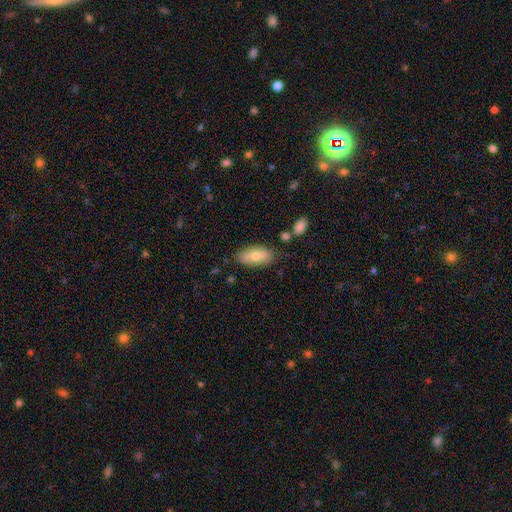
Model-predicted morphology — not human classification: Smooth or featured?
  - smooth: 72% *
  - featured or disk: 21%
  - star or artifact: 7%
How rounded?
  - in between: 89% *
  - cigar-shaped: 8%
  - round: 3%
Merging?
  - none: 80% *
  - minor disturbance: 14%
  - merger: 3%
  - major disturbance: 3%